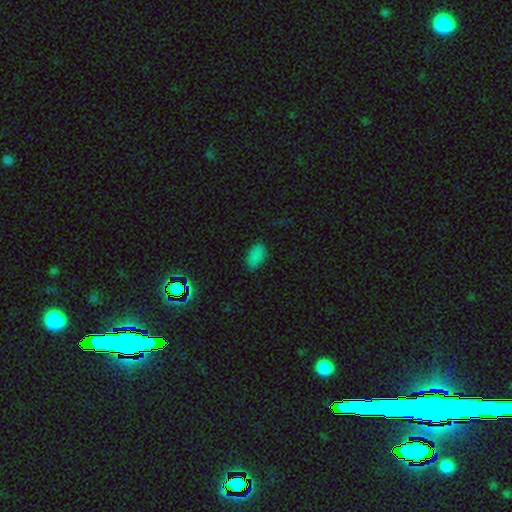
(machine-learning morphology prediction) Smooth or featured?
  - smooth: 82% *
  - star or artifact: 14%
  - featured or disk: 4%
How rounded?
  - in between: 94% *
  - round: 4%
  - cigar-shaped: 2%
Merging?
  - none: 83% *
  - minor disturbance: 13%
  - major disturbance: 3%
  - merger: 1%